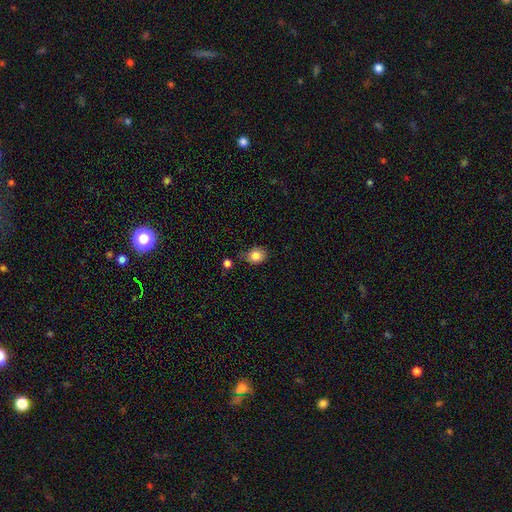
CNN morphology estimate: This appears to be a smooth galaxy with no disk features (84%) that is round (53%). Merging: none (65%).